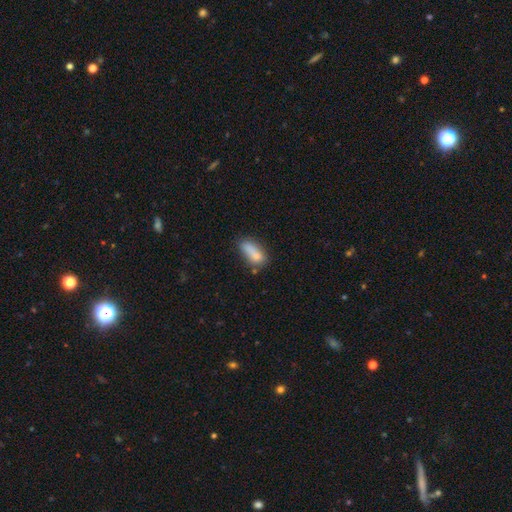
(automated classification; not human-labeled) A smooth galaxy with no disk features (78%) that is in between round and cigar-shaped (68%).

Vote fractions:
- Smooth or featured? smooth: 78% / featured or disk: 13% / star or artifact: 9%
- How rounded? in between: 68% / cigar-shaped: 28% / round: 4%
- Merging? none: 56% / minor disturbance: 24% / merger: 12% / major disturbance: 8%